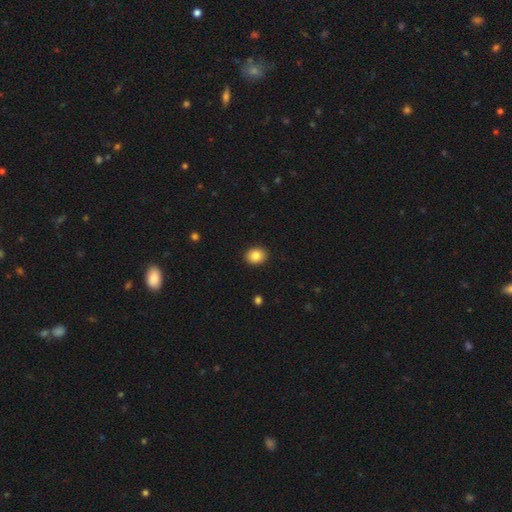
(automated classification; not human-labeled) A smooth galaxy with no disk features (84%) that is round (51%).

Vote fractions:
- Smooth or featured? smooth: 84% / star or artifact: 9% / featured or disk: 7%
- How rounded? round: 51% / in between: 48% / cigar-shaped: 1%
- Merging? none: 91% / minor disturbance: 6% / major disturbance: 2% / merger: 1%